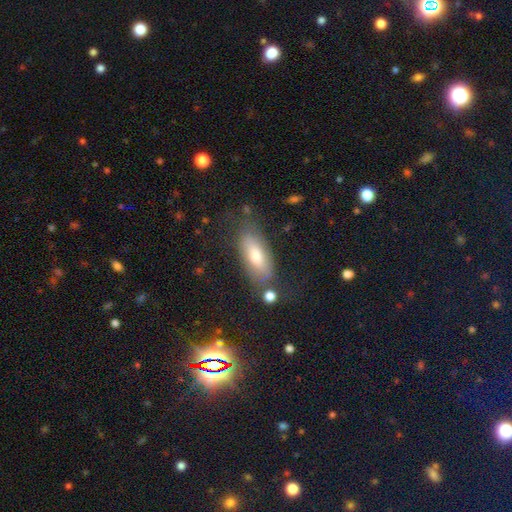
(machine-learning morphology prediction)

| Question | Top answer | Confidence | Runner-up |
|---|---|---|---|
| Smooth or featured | smooth | 67% | featured or disk (25%) |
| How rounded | in between | 78% | cigar-shaped (20%) |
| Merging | none | 69% | minor disturbance (19%) |